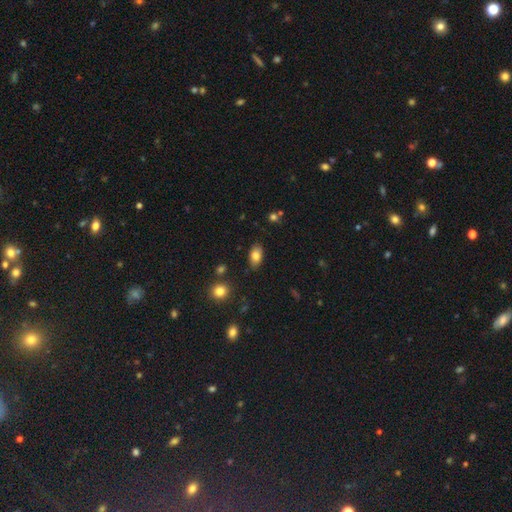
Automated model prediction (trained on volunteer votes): Smooth or featured?
  - smooth: 82% *
  - featured or disk: 10%
  - star or artifact: 9%
How rounded?
  - in between: 90% *
  - round: 7%
  - cigar-shaped: 3%
Merging?
  - none: 84% *
  - minor disturbance: 12%
  - major disturbance: 3%
  - merger: 2%